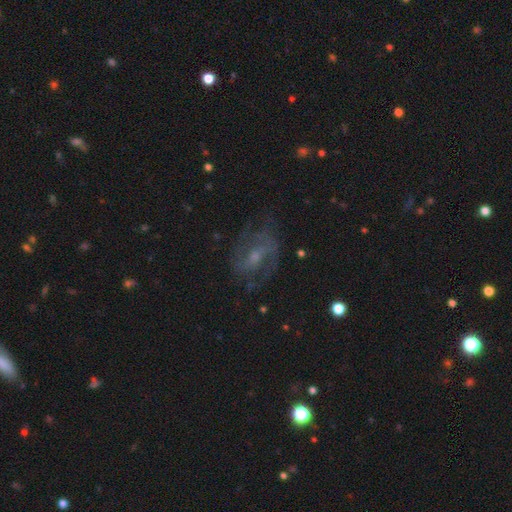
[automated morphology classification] Smooth or featured? featured or disk (71%)
Edge-on disk? no (96%)
Bar? weak (47%)
Spiral arms? yes (82%)
Spiral winding? medium (49%)
Spiral arm count? 2 (64%)
Bulge size? small (50%)
Merging? none (63%)